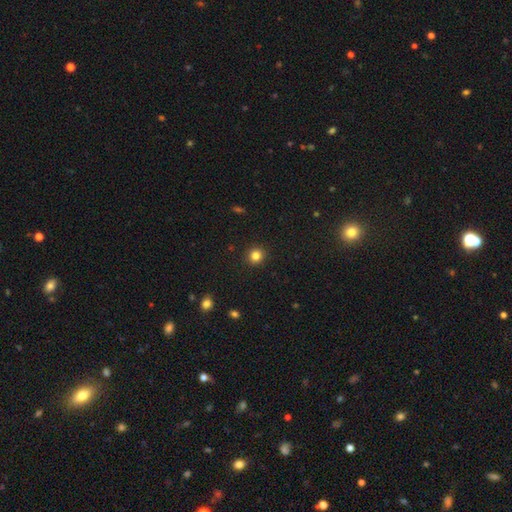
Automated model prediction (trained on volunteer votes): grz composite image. It shows a smooth galaxy with no disk features (82%) that is round (92%). Merging: none (92%).